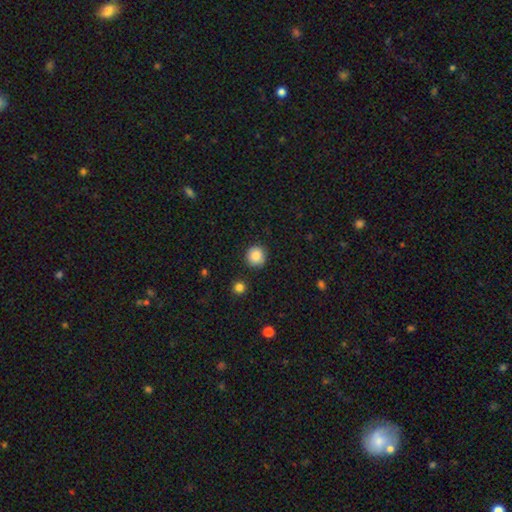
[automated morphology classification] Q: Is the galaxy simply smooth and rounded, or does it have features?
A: smooth — 86%.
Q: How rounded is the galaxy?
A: round — 94%.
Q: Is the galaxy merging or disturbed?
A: none — 90%.